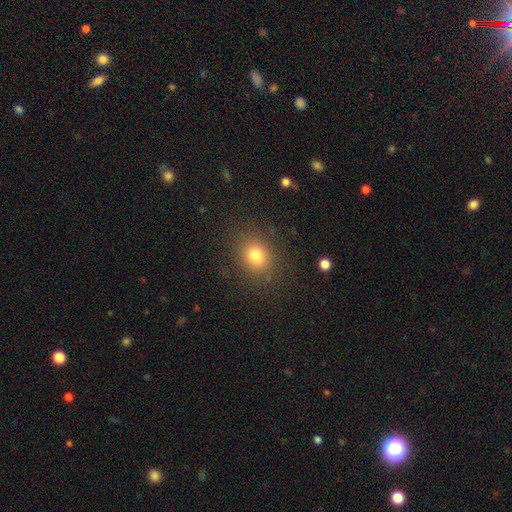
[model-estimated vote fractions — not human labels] This is likely a smooth galaxy (78%). How rounded: likely round (64%). Merging: clearly none (85%).